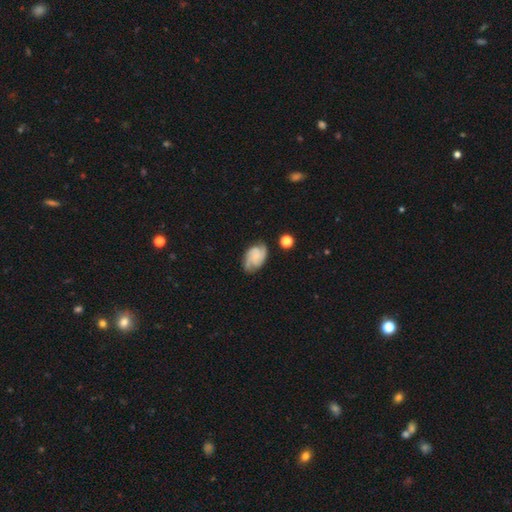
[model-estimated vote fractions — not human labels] smooth_or_featured: featured or disk (p=0.73) [alt: smooth p=0.20]
disk_edge_on: no (p=0.98) [alt: yes p=0.02]
bar: no (p=0.70) [alt: weak p=0.26]
has_spiral_arms: yes (p=0.95) [alt: no p=0.05]
spiral_winding: medium (p=0.43) [alt: tight p=0.41]
spiral_arm_count: 2 (p=0.46) [alt: 3 p=0.30]
bulge_size: none (p=0.43) [alt: small p=0.41]
merging: none (p=0.69) [alt: minor disturbance p=0.21]